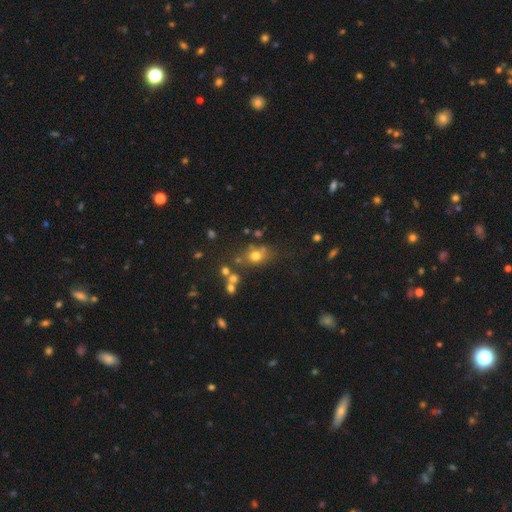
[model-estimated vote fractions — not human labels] The model was most divided on "how rounded": round: 54%, in between: 43%, cigar-shaped: 2%. More confident: smooth or featured — smooth (67%); merging — none (60%).